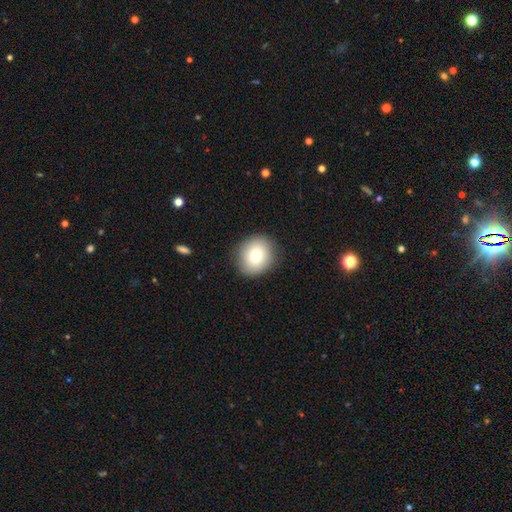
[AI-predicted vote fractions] smooth 77%, featured or disk 14%, star or artifact 10%. Down the decision tree: how rounded — round (80%); merging — none (88%).